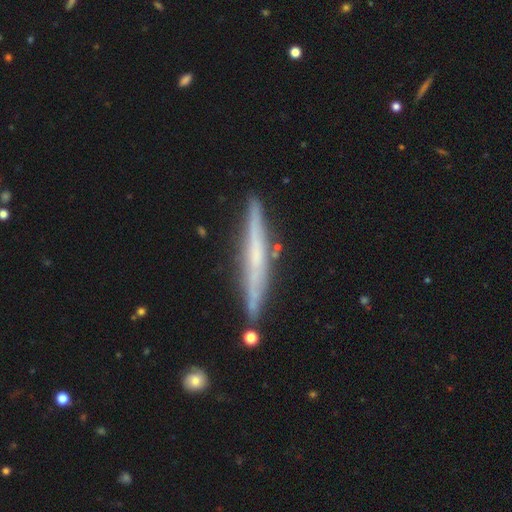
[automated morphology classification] The model was most divided on "smooth or featured": featured or disk: 66%, smooth: 28%, star or artifact: 6%. More confident: edge-on disk — yes (96%); merging — none (84%); edge-on bulge — none (68%).